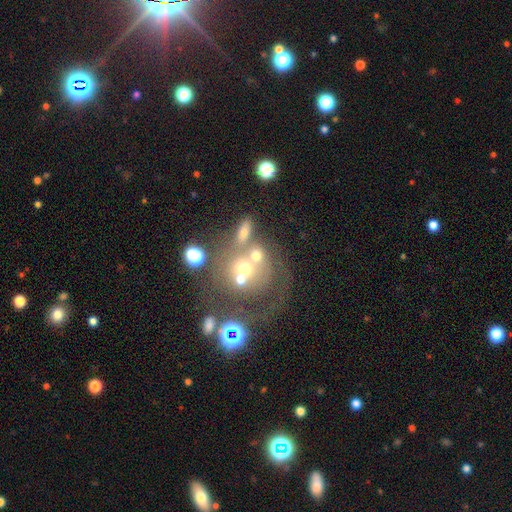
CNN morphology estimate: This appears to be a smooth galaxy with no disk features (53%) that is round (73%). Merging: merger (41%).